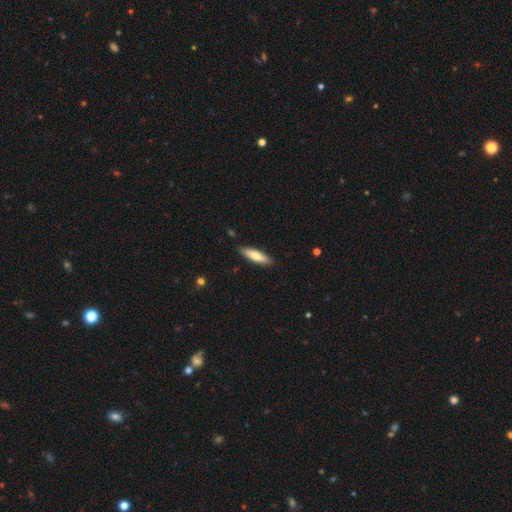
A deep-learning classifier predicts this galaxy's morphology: The model was most divided on "how rounded": cigar-shaped: 67%, in between: 32%, round: 1%. More confident: merging — none (88%); smooth or featured — smooth (73%).